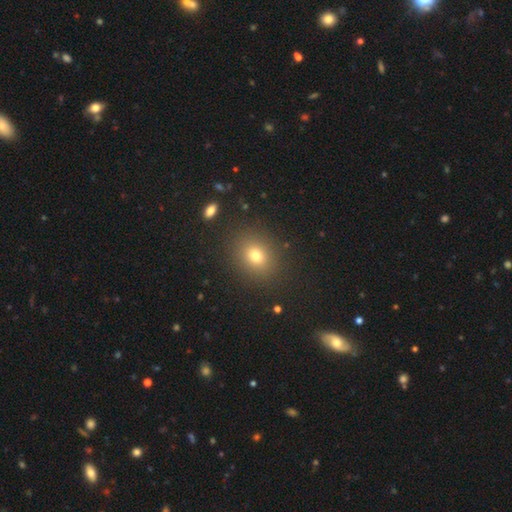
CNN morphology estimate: Smooth or featured: smooth — 75% (star or artifact — 16%)
How rounded: round — 62% (in between — 37%)
Merging: none — 88% (minor disturbance — 7%)